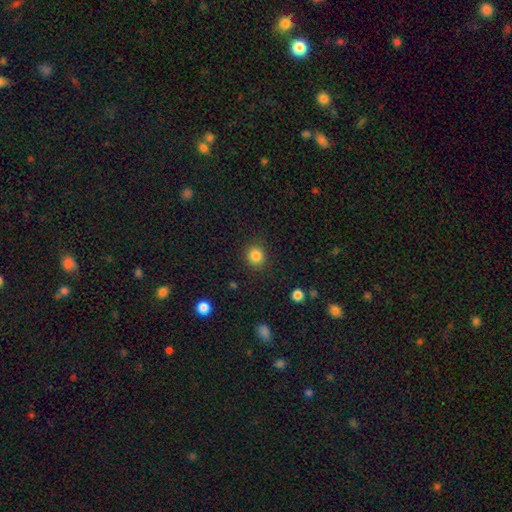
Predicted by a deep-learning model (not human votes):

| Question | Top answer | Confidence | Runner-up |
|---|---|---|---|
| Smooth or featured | smooth | 85% | star or artifact (11%) |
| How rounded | round | 90% | in between (9%) |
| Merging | none | 89% | minor disturbance (7%) |